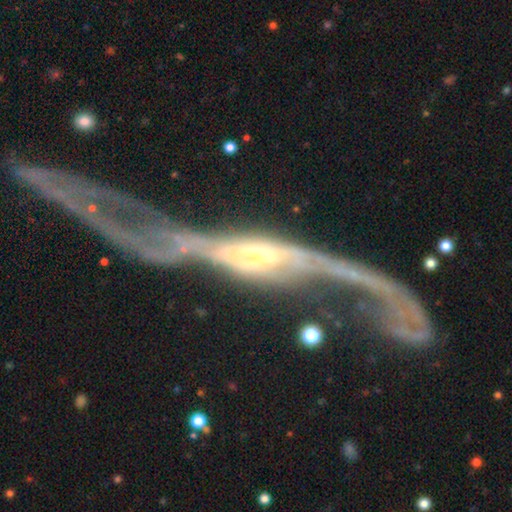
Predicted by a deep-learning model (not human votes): This appears to be a featured or disk galaxy (83%) viewed edge-on (52%). Merging: major disturbance (43%).